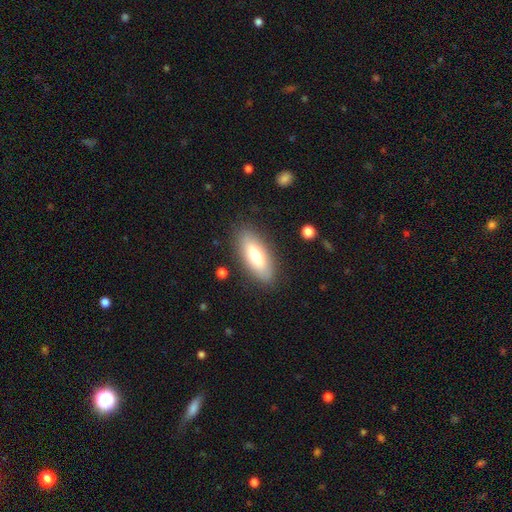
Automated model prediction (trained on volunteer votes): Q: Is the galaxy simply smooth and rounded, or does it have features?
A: smooth — 72%.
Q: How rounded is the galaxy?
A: in between — 75%.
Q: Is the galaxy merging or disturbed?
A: none — 86%.